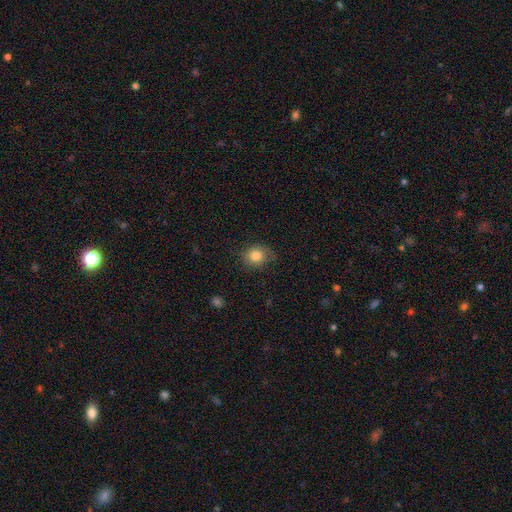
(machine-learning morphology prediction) type=smooth (83%); roundness=round (75%); merging=none (78%).